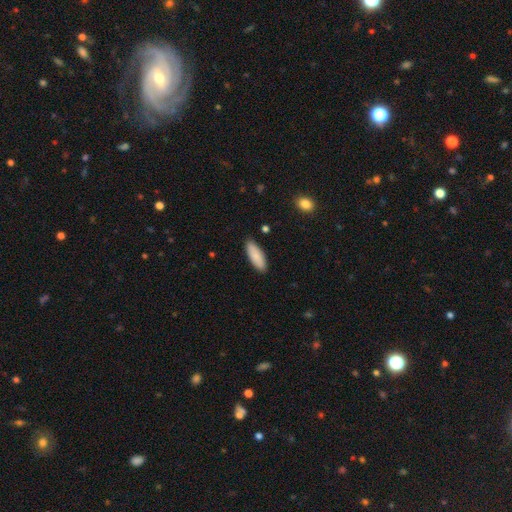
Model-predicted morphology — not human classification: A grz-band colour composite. It shows a smooth galaxy with no disk features (86%) that is in between round and cigar-shaped (66%). Merging: none (88%).